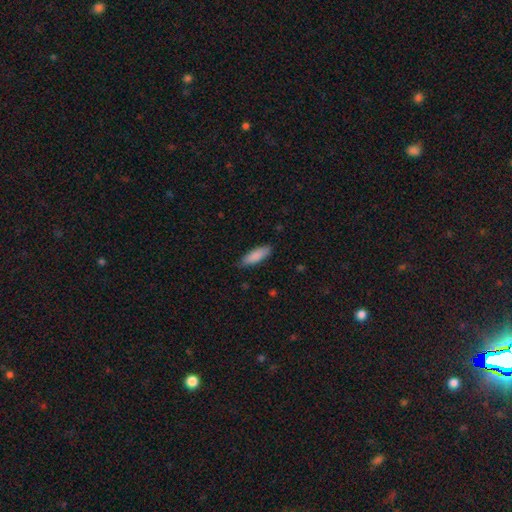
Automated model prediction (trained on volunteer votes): A smooth galaxy with no disk features (88%) that is in between round and cigar-shaped (56%). Merging: none (83%).